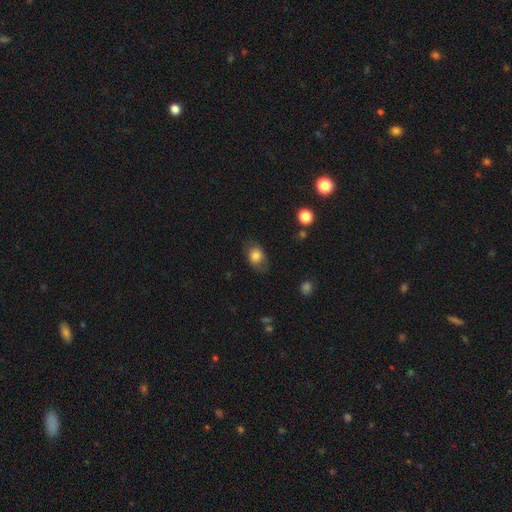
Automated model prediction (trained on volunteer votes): Smooth or featured? smooth (76%)
How rounded? in between (64%)
Merging? none (69%)